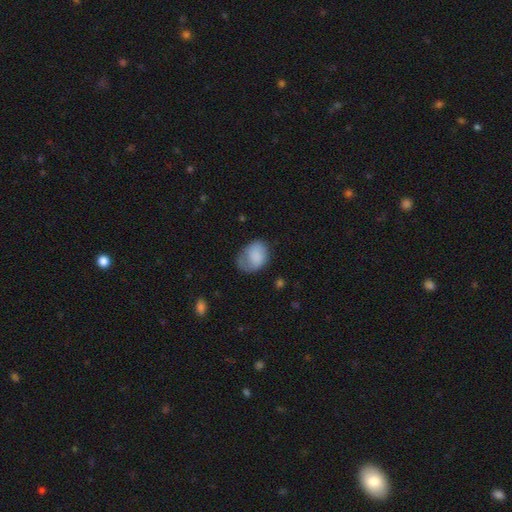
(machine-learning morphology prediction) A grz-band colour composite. It shows a smooth galaxy with no disk features (76%) that is in between round and cigar-shaped (62%). Merging: none (43%).